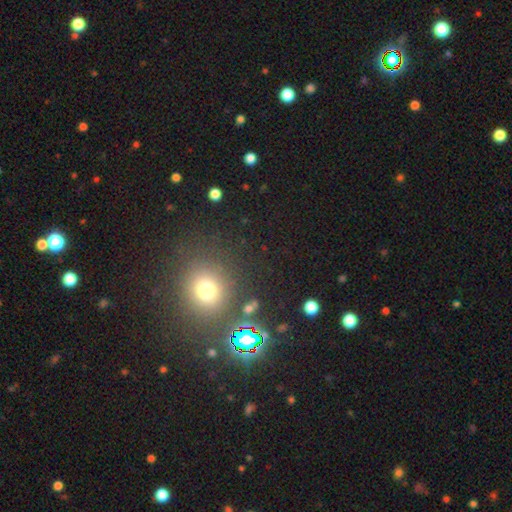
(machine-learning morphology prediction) This appears to be a smooth galaxy with no disk features (46%, tied with star or artifact). Merging: none (85%).